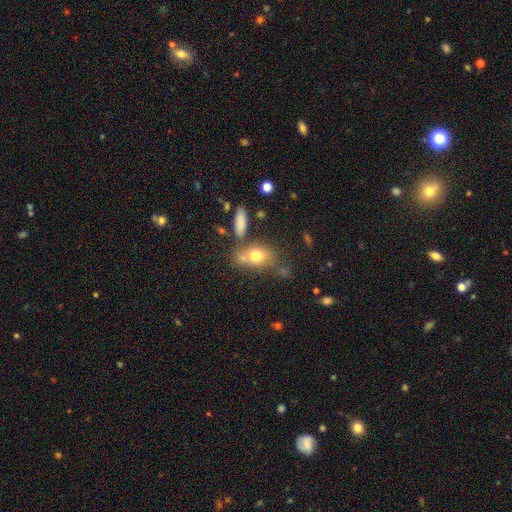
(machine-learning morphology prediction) The model was most divided on "merging": none: 53%, merger: 25%, minor disturbance: 15%, major disturbance: 7%. More confident: smooth or featured — smooth (73%); how rounded — in between (66%).